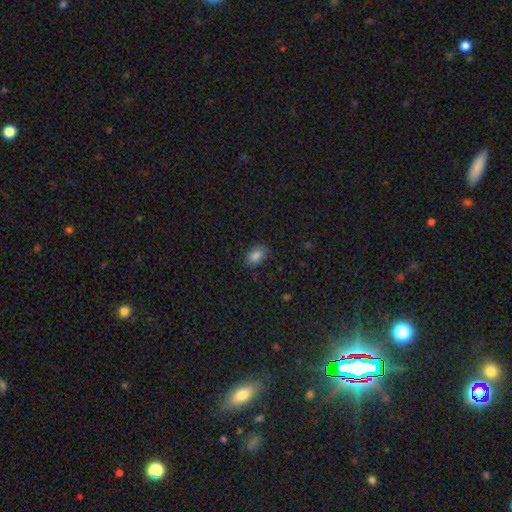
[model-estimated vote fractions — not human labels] A smooth galaxy with no disk features (85%) that is in between round and cigar-shaped (90%). Merging: none (86%).